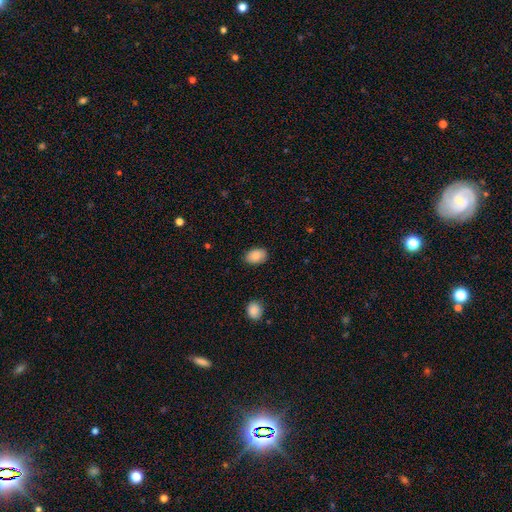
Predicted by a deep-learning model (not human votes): Smooth or featured? Predicted: smooth (p=0.88). How rounded? Predicted: in between (p=0.85). Merging? Predicted: none (p=0.87).